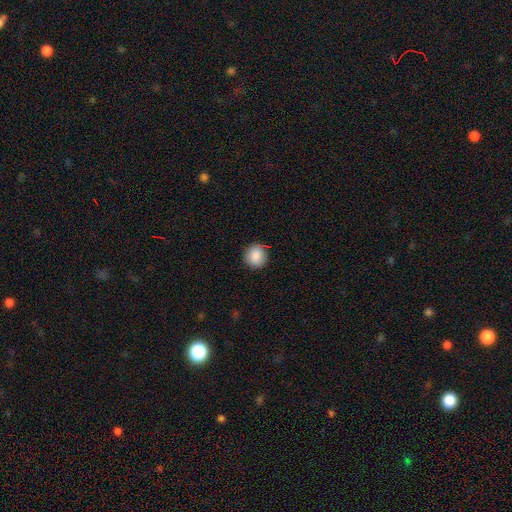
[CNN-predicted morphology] Smooth or featured? Predicted: smooth (p=0.88). How rounded? Predicted: round (p=0.88). Merging? Predicted: none (p=0.88).